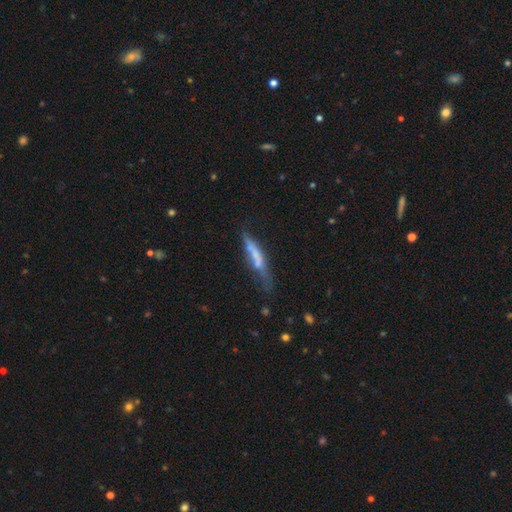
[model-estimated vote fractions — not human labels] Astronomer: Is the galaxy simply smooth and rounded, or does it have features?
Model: featured or disk — 48% (runner-up: smooth, 44%).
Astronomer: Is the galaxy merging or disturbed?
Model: none — 44% (runner-up: minor disturbance, 29%).